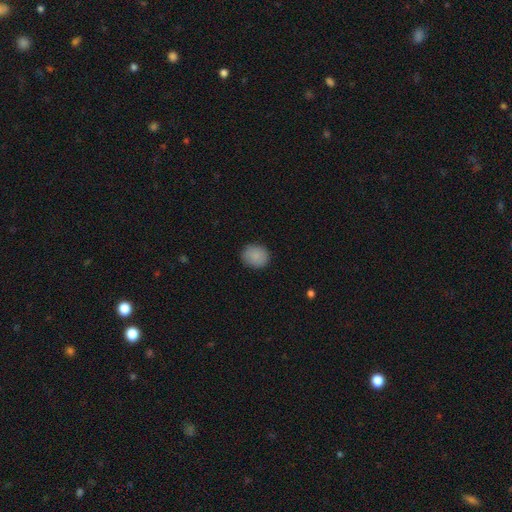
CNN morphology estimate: The model was most divided on "how rounded": round: 77%, in between: 22%, cigar-shaped: 1%. More confident: smooth or featured — smooth (88%); merging — none (87%).